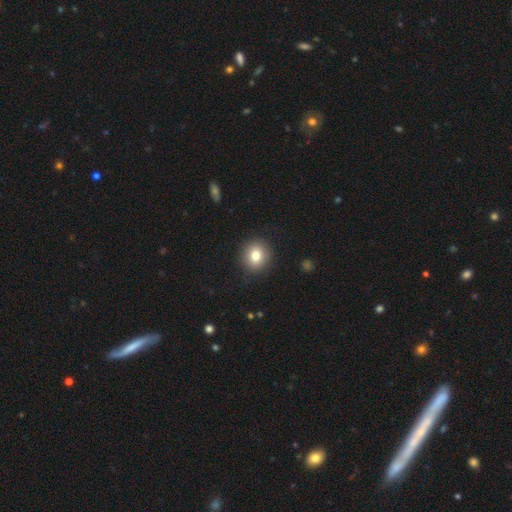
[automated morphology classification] A smooth galaxy with no disk features (81%) that is round (84%).

Vote fractions:
- Smooth or featured? smooth: 81% / star or artifact: 10% / featured or disk: 9%
- How rounded? round: 84% / in between: 15% / cigar-shaped: 1%
- Merging? none: 89% / minor disturbance: 8% / major disturbance: 2% / merger: 1%